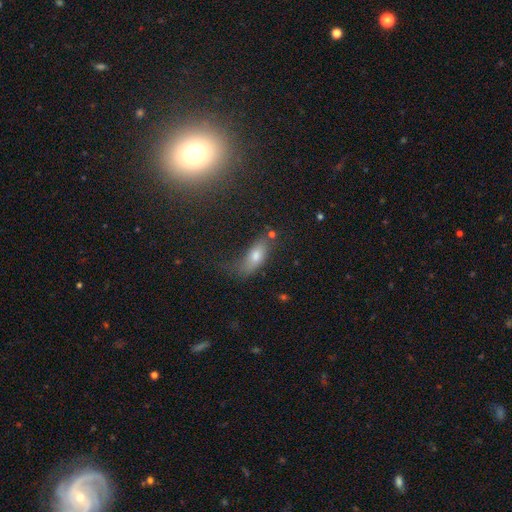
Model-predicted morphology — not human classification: Overall: smooth (65%). How rounded: in between (73%). Merging: none (44%; minor disturbance 27%).